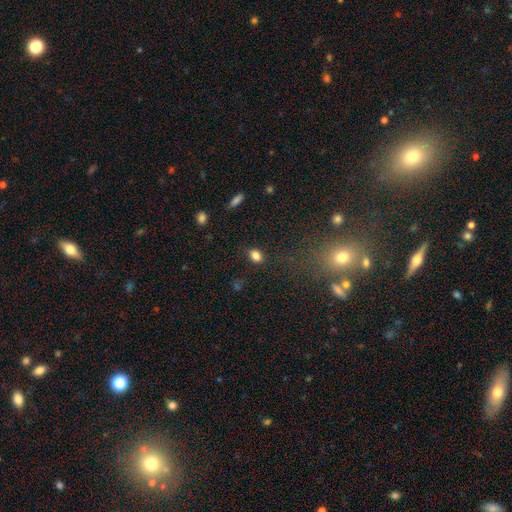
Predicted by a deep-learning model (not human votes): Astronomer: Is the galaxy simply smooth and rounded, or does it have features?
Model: smooth — 83%.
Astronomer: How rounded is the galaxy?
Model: in between — 70%.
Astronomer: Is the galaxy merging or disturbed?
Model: none — 82%.